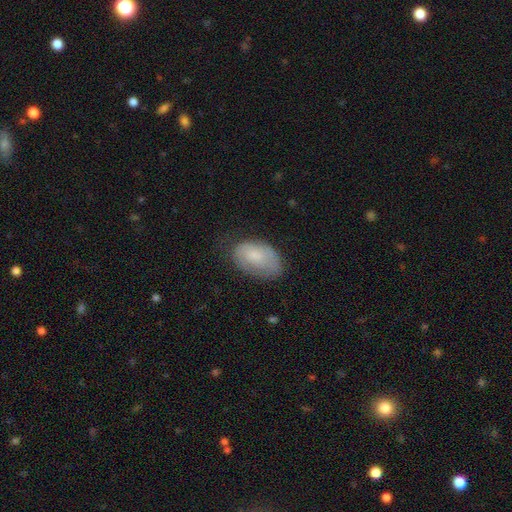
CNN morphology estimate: Overall: smooth (69%). How rounded: in between (91%). Merging: none (59%; minor disturbance 29%).